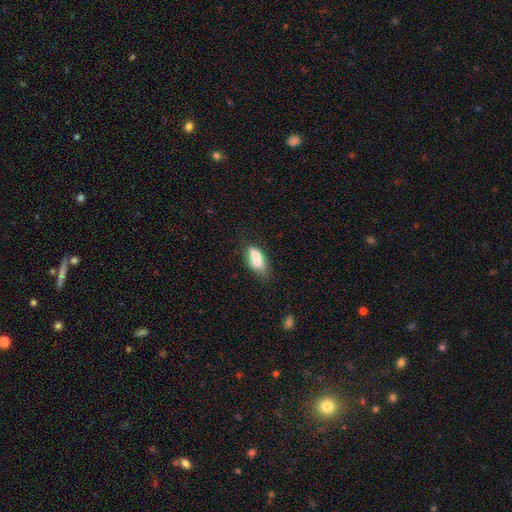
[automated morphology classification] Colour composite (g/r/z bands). It shows a smooth galaxy with no disk features (68%) that is in between round and cigar-shaped (81%). Merging: merger (39%).